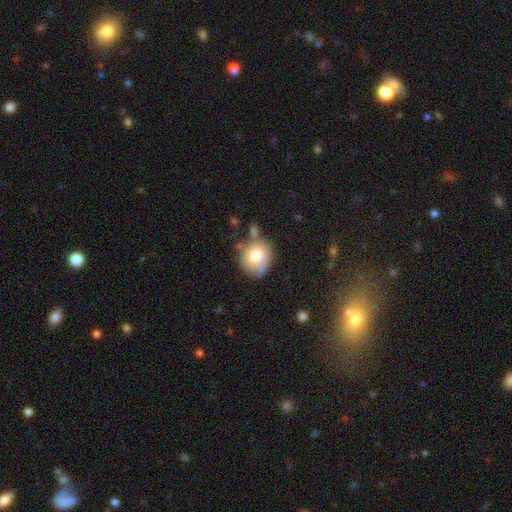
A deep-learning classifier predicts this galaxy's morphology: smooth_or_featured: smooth (p=0.74) [alt: featured or disk p=0.18]
how_rounded: round (p=0.78) [alt: in between p=0.21]
merging: none (p=0.56) [alt: minor disturbance p=0.24]